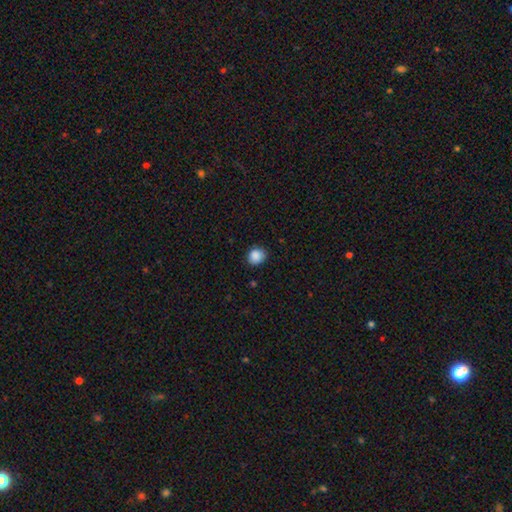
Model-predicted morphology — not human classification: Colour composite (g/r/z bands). It shows a smooth galaxy with no disk features (88%) that is round (76%). Merging: none (86%).